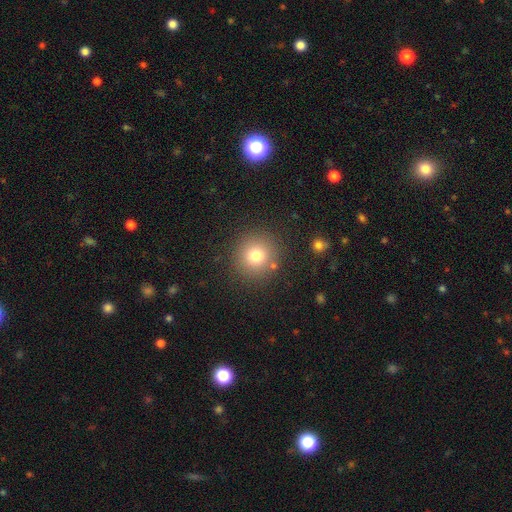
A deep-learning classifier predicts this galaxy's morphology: This appears to be a smooth galaxy with no disk features (76%) that is round (93%). Merging: none (86%).